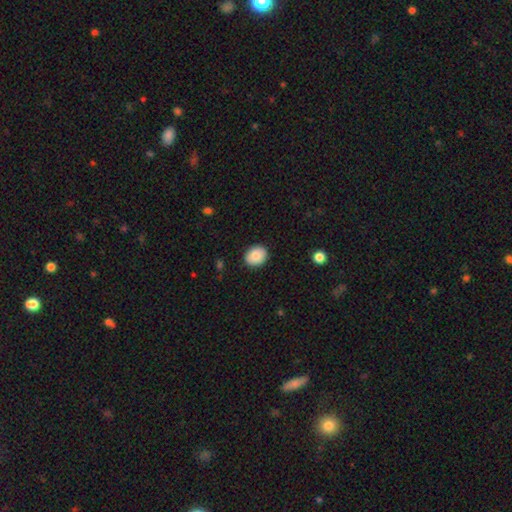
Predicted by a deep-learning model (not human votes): Q: Smooth or featured?
A: smooth (83%); runner-up: featured or disk (9%)
Q: How rounded?
A: round (60%); runner-up: in between (39%)
Q: Merging?
A: none (89%); runner-up: minor disturbance (8%)